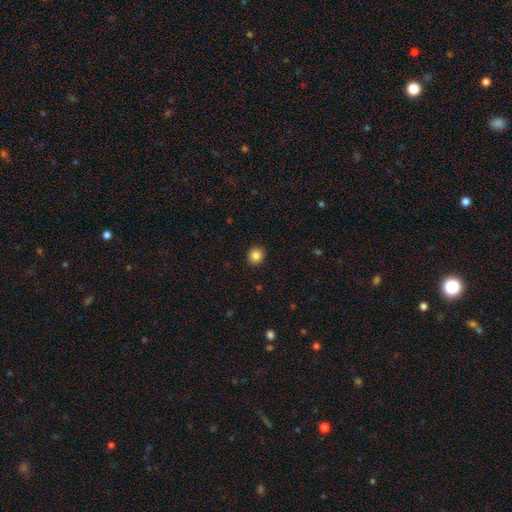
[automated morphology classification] This appears to be a smooth galaxy with no disk features (85%) that is round (79%). Merging: none (91%).